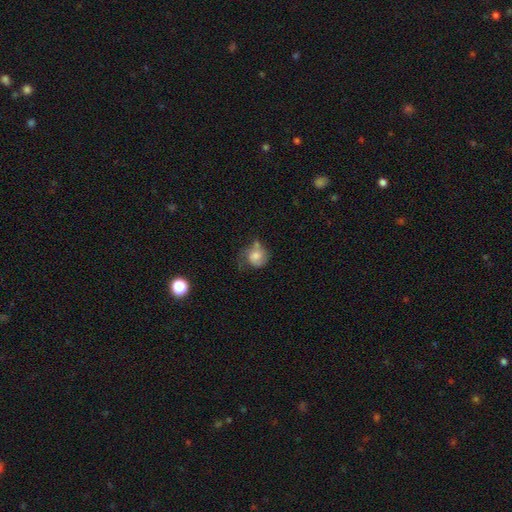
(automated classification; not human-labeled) Overall: smooth (60%; featured or disk 31%). How rounded: round (71%). Merging: none (36%; minor disturbance 30%).